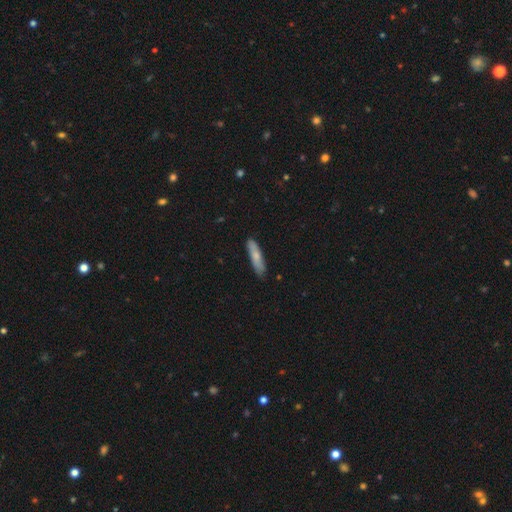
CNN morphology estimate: Smooth or featured: smooth — 74% (featured or disk — 20%)
How rounded: cigar-shaped — 79% (in between — 19%)
Merging: none — 84% (minor disturbance — 13%)